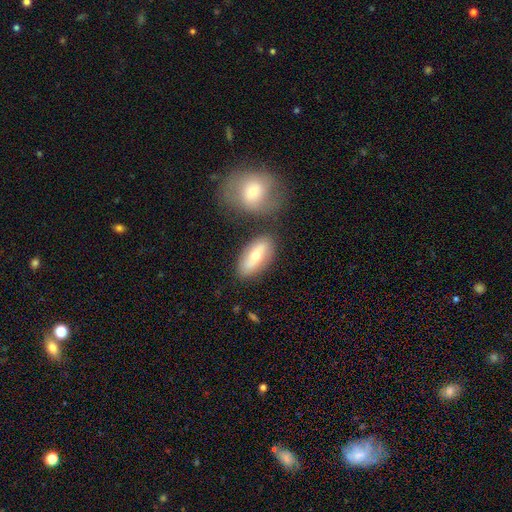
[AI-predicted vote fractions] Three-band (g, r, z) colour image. It shows a smooth galaxy with no disk features (62%) that is in between round and cigar-shaped (82%). Merging: none (73%).